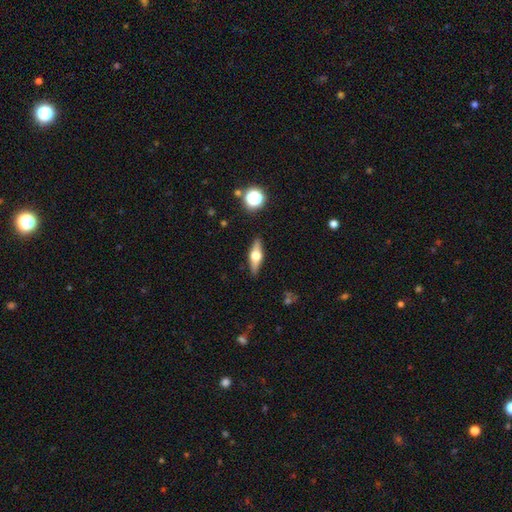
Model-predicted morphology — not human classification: Smooth or featured?
  - featured or disk: 62% *
  - smooth: 31%
  - star or artifact: 7%
Edge-on disk?
  - yes: 94% *
  - no: 6%
Edge-on bulge?
  - rounded: 94% *
  - boxy: 4%
  - none: 1%
Merging?
  - none: 88% *
  - minor disturbance: 9%
  - major disturbance: 2%
  - merger: 1%